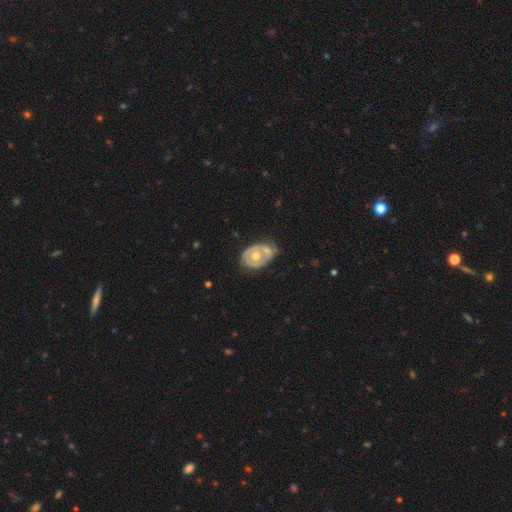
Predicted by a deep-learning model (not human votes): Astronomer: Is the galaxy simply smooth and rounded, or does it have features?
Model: featured or disk — 59% (runner-up: smooth, 36%).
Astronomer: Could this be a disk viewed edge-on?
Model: no — 95%.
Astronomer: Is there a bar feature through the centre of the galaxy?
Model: no — 88%.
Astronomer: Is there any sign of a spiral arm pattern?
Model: no — 74%.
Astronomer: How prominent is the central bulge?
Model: moderate — 77%.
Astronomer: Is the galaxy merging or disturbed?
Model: none — 37% (runner-up: merger, 31%).